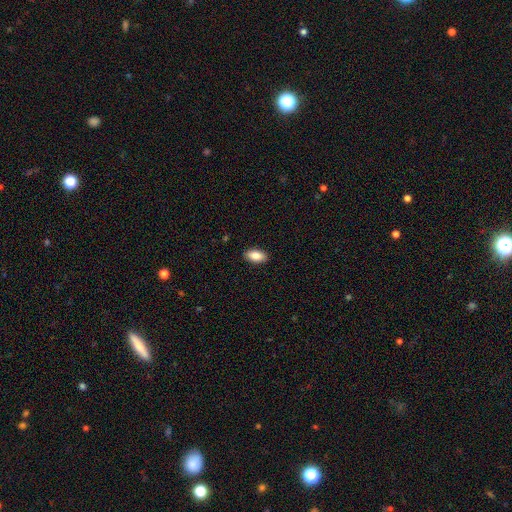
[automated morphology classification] type=smooth (85%); roundness=in between (93%); merging=none (90%).